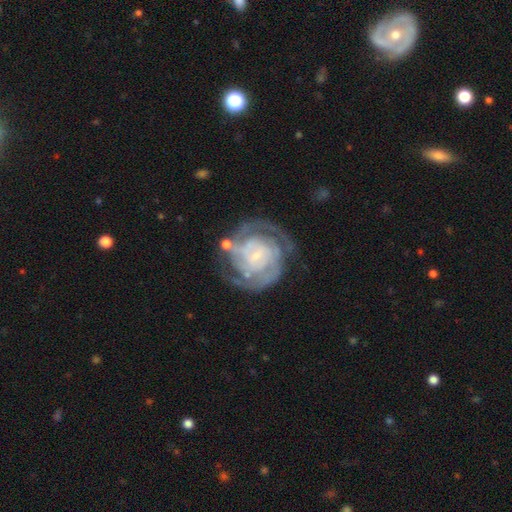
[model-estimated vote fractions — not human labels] smooth-or-featured: featured or disk: 86% | smooth: 9% | star or artifact: 5%
  disk-edge-on: no: 98% | yes: 2%
    bar: no: 55% | weak: 34% | strong: 11%
    has-spiral-arms: yes: 95% | no: 5%
      spiral-winding: tight: 70% | medium: 25% | loose: 5%
      spiral-arm-count: 2: 42% | can't tell: 23% | 3: 18% | 4: 7% | 1: 5% | more than 4: 5%
    bulge-size: small: 72% | moderate: 14% | none: 10% | large: 3% | dominant: 1%
  merging: none: 66% | minor disturbance: 17% | major disturbance: 11% | merger: 5%